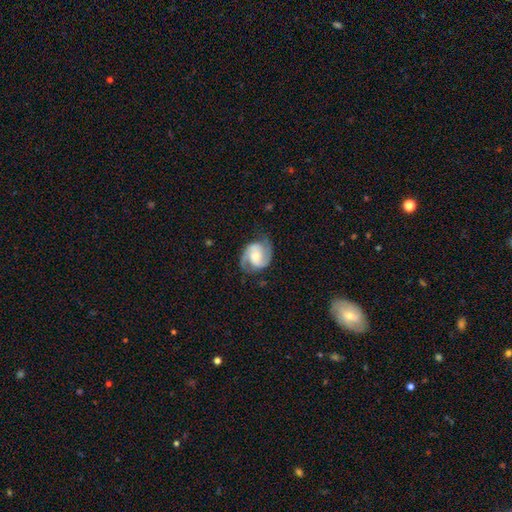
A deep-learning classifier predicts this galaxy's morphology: featured or disk 84%, smooth 10%, star or artifact 5%. Down the decision tree: edge-on disk — no (98%); bar — no (50%); spiral arms — yes (97%); spiral arm count — 2 (90%); spiral winding — medium (52%); bulge size — moderate (46%); merging — none (72%).